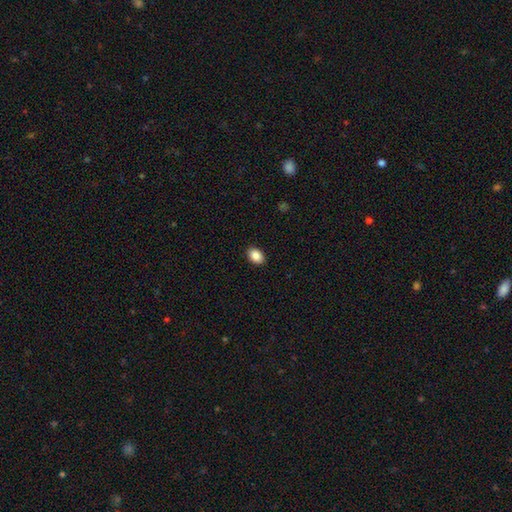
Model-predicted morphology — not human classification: smooth 88%, star or artifact 8%, featured or disk 4%. Down the decision tree: how rounded — in between (79%); merging — none (91%).